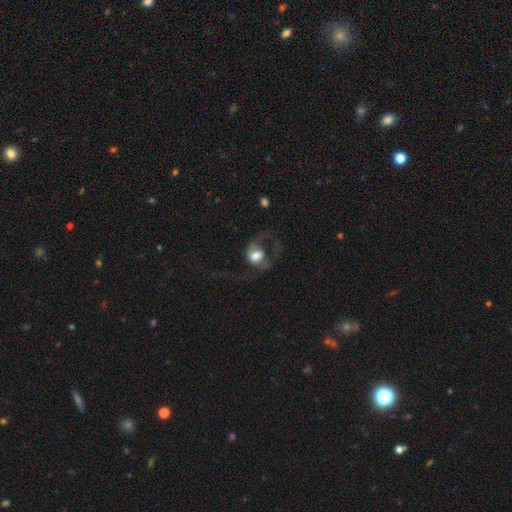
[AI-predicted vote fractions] This is possibly a smooth galaxy (48%). Merging: possibly major disturbance (56%).